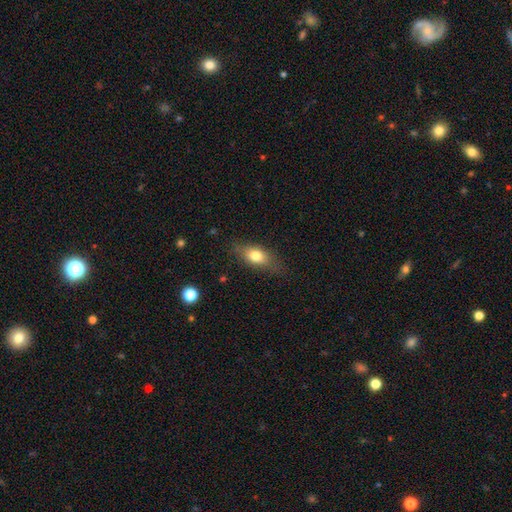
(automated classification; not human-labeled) smooth-or-featured: smooth: 74% | featured or disk: 17% | star or artifact: 9%
  how-rounded: in between: 76% | round: 13% | cigar-shaped: 11%
  merging: none: 73% | minor disturbance: 19% | major disturbance: 6% | merger: 1%